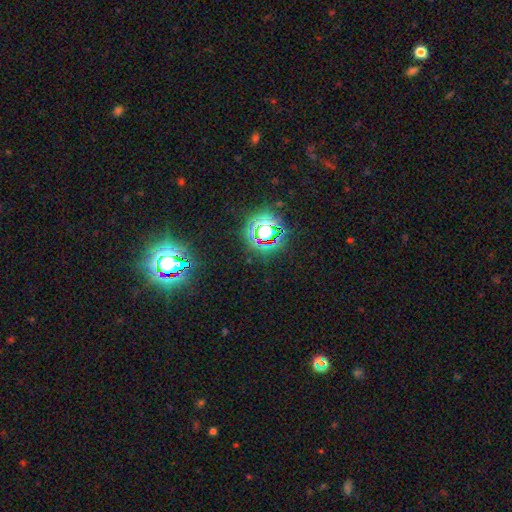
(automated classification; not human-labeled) Smooth or featured?
  - star or artifact: 80% *
  - smooth: 13%
  - featured or disk: 7%